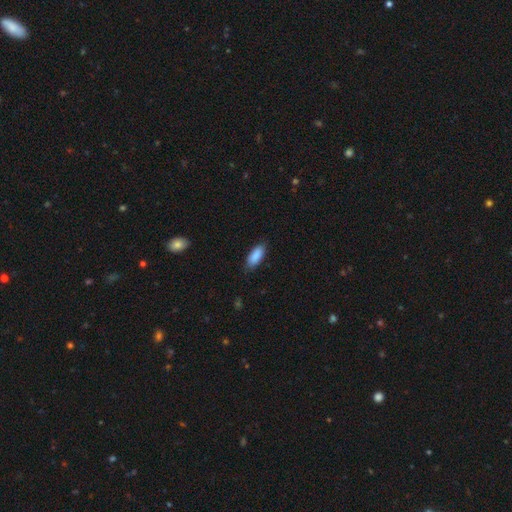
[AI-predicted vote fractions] Smooth or featured? Predicted: smooth (p=0.89). How rounded? Predicted: in between (p=0.80). Merging? Predicted: none (p=0.83).